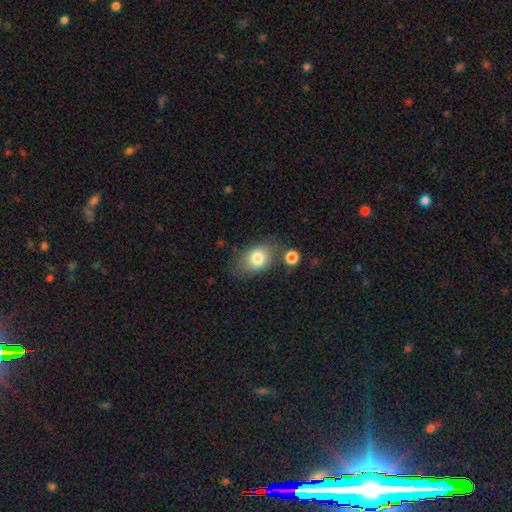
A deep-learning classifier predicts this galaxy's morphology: smooth 78%, featured or disk 11%, star or artifact 10%. Down the decision tree: how rounded — in between (72%); merging — none (72%).